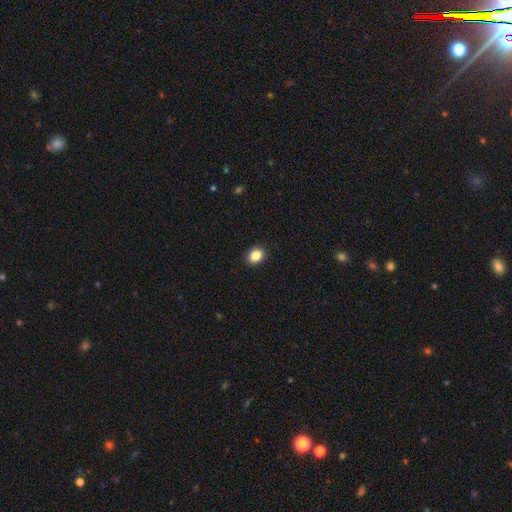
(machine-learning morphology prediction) Overall: smooth (86%). How rounded: round (55%; in between 44%). Merging: none (91%).